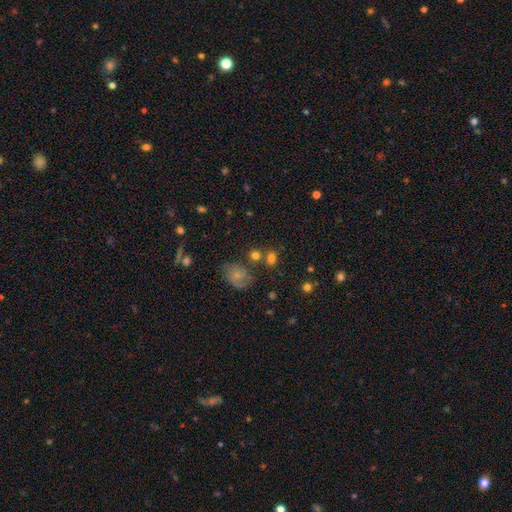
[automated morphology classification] smooth_or_featured: smooth (p=0.75) [alt: star or artifact p=0.14]
how_rounded: round (p=0.64) [alt: in between p=0.35]
merging: none (p=0.65) [alt: merger p=0.17]